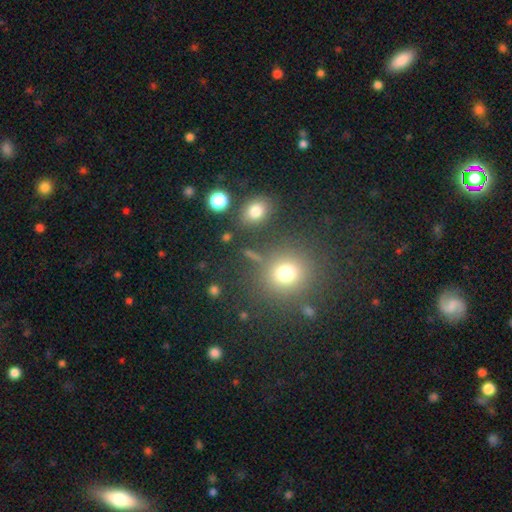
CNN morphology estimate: Smooth or featured? smooth (65%)
How rounded? round (78%)
Merging? none (79%)